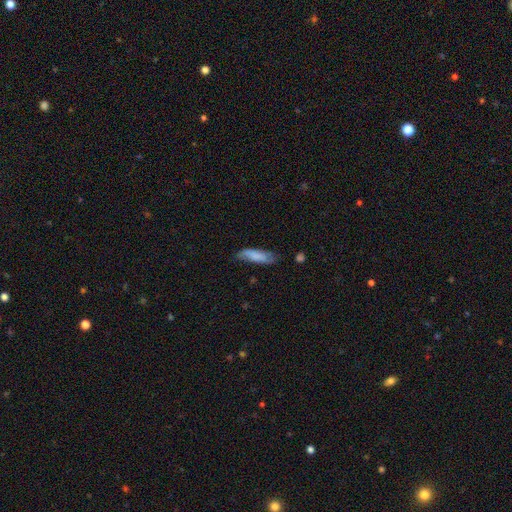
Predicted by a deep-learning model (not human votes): Smooth or featured?
  - smooth: 74% *
  - featured or disk: 20%
  - star or artifact: 6%
How rounded?
  - cigar-shaped: 50% *
  - in between: 48%
  - round: 2%
Merging?
  - none: 61% *
  - minor disturbance: 29%
  - major disturbance: 8%
  - merger: 2%